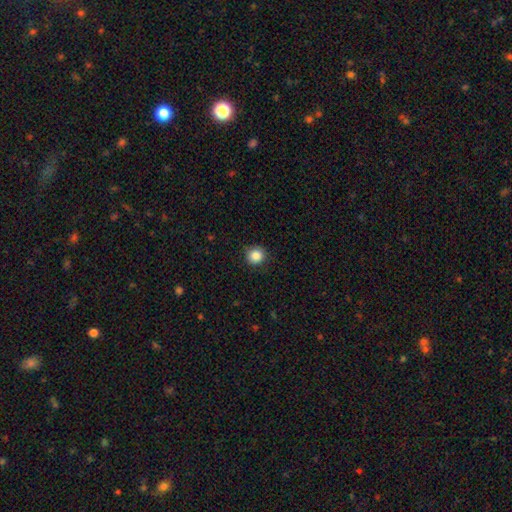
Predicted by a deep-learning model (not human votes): Smooth or featured? smooth (87%)
How rounded? round (92%)
Merging? none (89%)